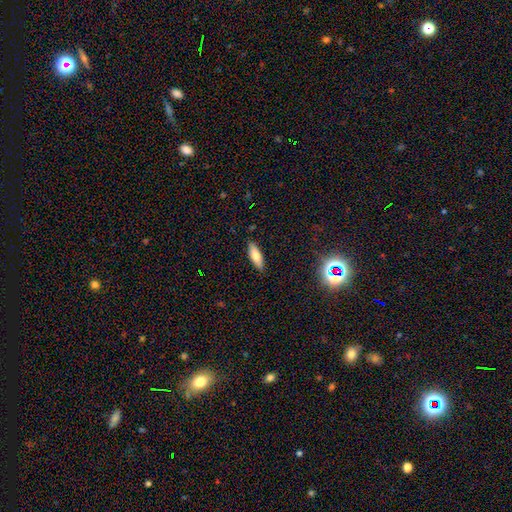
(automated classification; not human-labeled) Smooth or featured? smooth (73%)
How rounded? in between (58%)
Merging? none (88%)